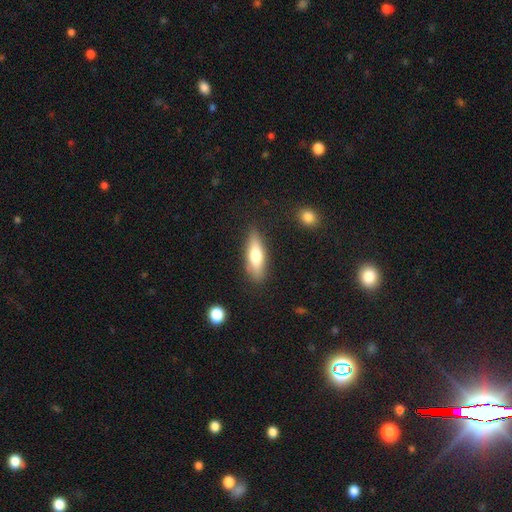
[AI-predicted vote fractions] Morphology: type=smooth (65%); roundness=cigar-shaped (52%); merging=none (83%).